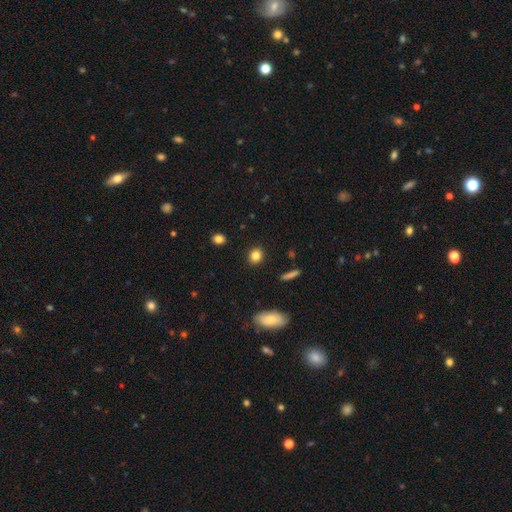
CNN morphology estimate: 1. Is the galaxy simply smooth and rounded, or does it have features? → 84% smooth, 10% star or artifact, 6% featured or disk.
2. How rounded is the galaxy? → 69% round, 30% in between, 2% cigar-shaped.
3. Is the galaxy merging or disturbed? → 89% none, 7% minor disturbance, 2% major disturbance, 1% merger.